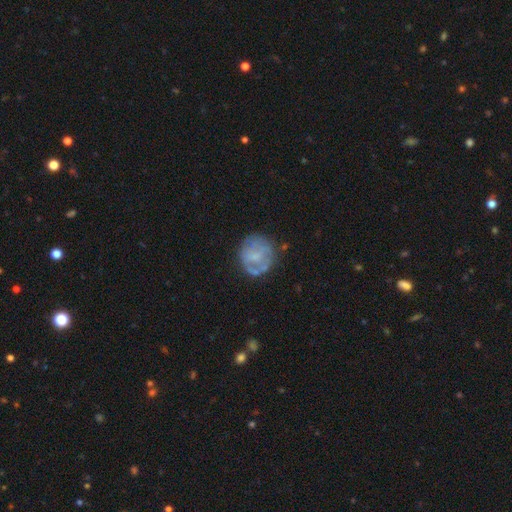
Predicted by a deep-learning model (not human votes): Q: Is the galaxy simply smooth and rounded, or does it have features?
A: featured or disk — 50%.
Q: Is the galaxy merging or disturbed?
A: none — 64%.